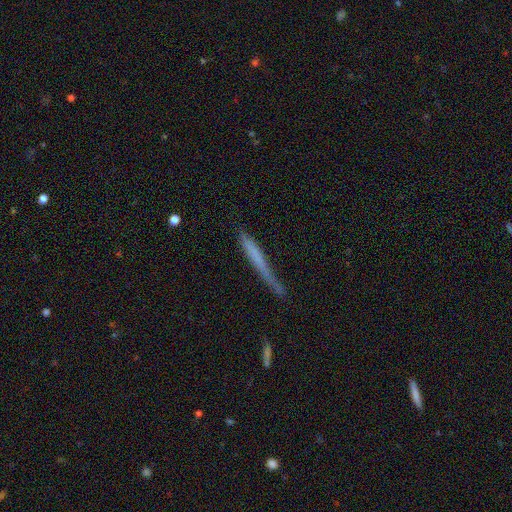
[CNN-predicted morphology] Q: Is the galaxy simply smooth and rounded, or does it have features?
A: smooth — 57%.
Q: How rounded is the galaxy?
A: cigar-shaped — 96%.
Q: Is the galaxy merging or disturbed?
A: none — 61%.